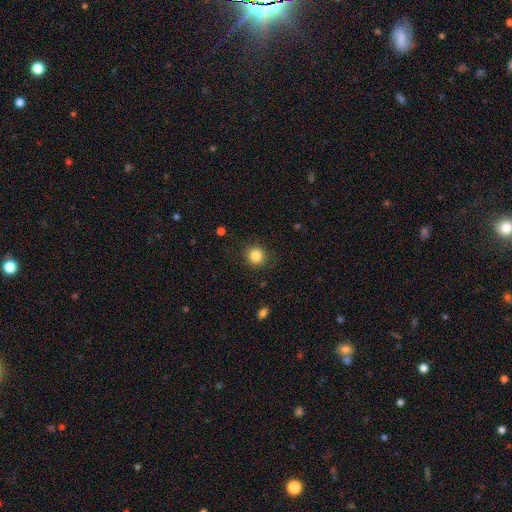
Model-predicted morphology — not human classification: smooth 85%, star or artifact 10%, featured or disk 5%. Down the decision tree: how rounded — round (90%); merging — none (89%).